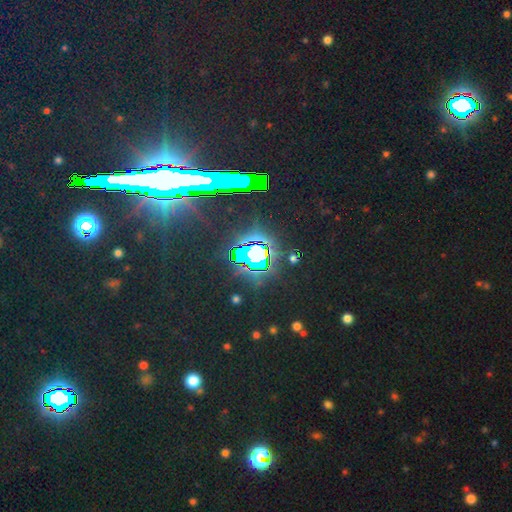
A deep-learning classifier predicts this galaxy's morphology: smooth_or_featured: star or artifact (p=0.77) [alt: smooth p=0.13]